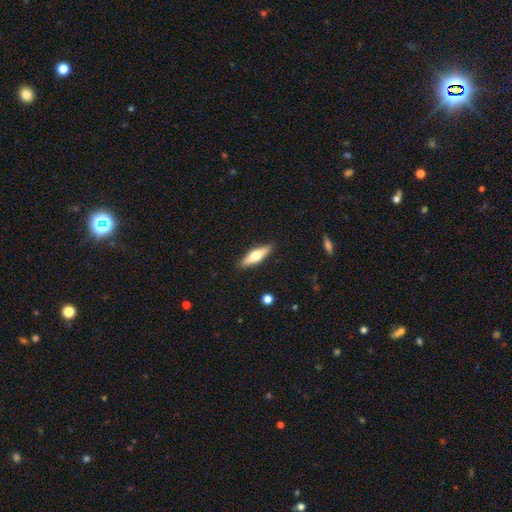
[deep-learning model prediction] smooth 48%, featured or disk 46%, star or artifact 6%. Down the decision tree: merging — none (89%).